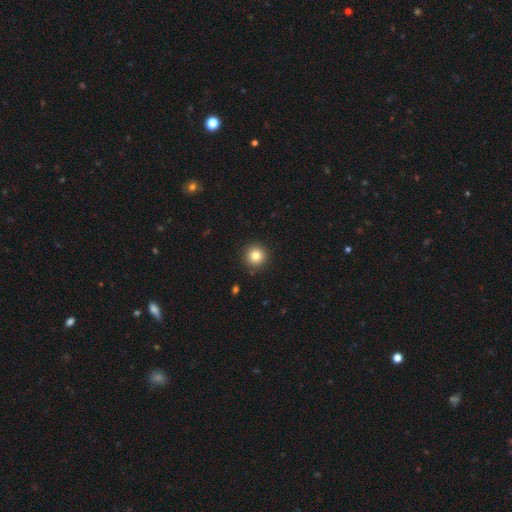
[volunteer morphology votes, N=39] A smooth galaxy with no disk features (85%) that is round (97%).

Vote fractions:
- Smooth or featured? smooth: 85% / featured or disk: 8% / star or artifact: 8%
- How rounded? round: 97% / in between: 3% / cigar-shaped: 0%
- Merging? none: 86% / minor disturbance: 8% / major disturbance: 3% / merger: 3%